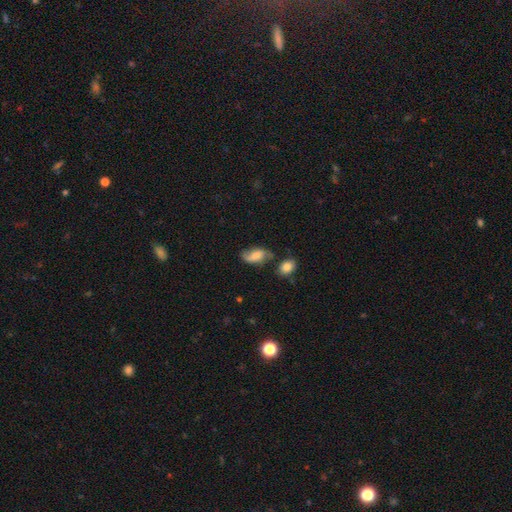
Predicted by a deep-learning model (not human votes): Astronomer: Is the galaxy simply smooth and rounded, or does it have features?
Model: smooth — 46% (runner-up: featured or disk, 45%).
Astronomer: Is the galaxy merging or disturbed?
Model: none — 57%.